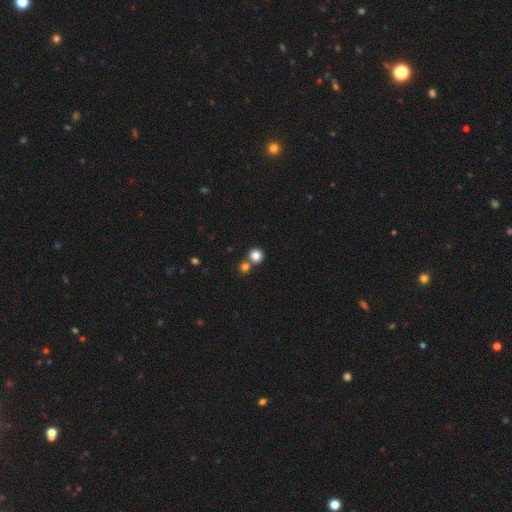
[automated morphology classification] Smooth or featured? Predicted: smooth (p=0.83). How rounded? Predicted: round (p=0.92). Merging? Predicted: none (p=0.62).